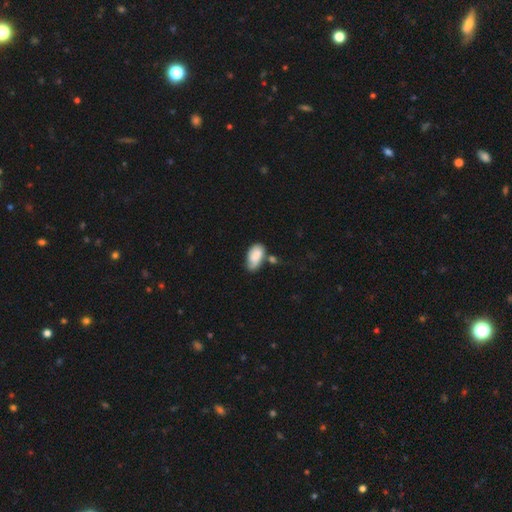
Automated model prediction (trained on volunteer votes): Q: Smooth or featured?
A: smooth (77%); runner-up: featured or disk (16%)
Q: How rounded?
A: in between (93%); runner-up: round (4%)
Q: Merging?
A: none (38%); runner-up: minor disturbance (30%)